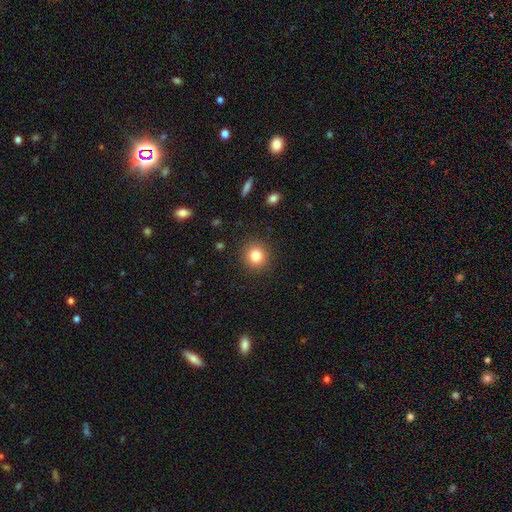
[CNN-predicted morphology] smooth-or-featured: smooth: 82% | star or artifact: 11% | featured or disk: 7%
  how-rounded: round: 88% | in between: 11% | cigar-shaped: 1%
  merging: none: 89% | minor disturbance: 7% | major disturbance: 3% | merger: 1%